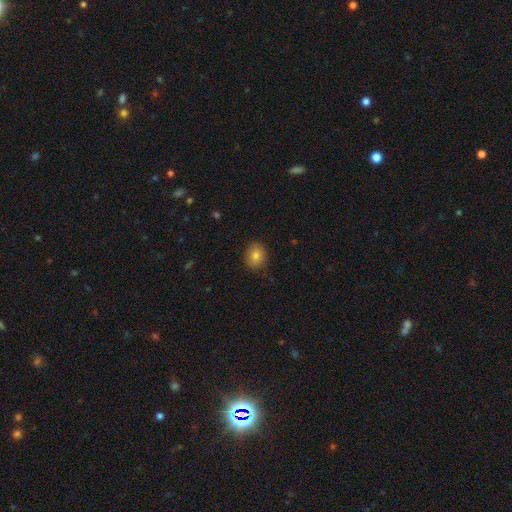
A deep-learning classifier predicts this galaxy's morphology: smooth_or_featured: smooth (p=0.80) [alt: star or artifact p=0.10]
how_rounded: round (p=0.65) [alt: in between p=0.34]
merging: none (p=0.85) [alt: minor disturbance p=0.11]